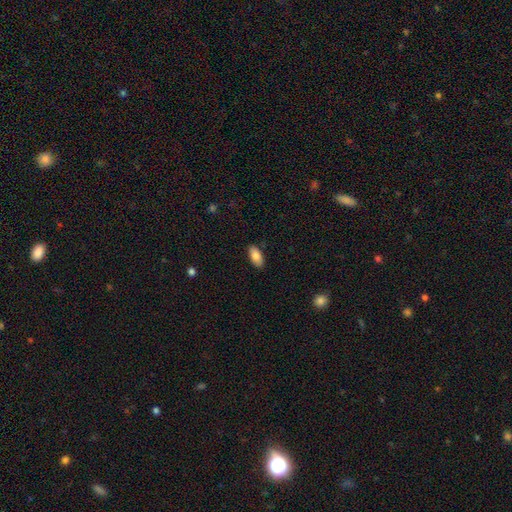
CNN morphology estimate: Smooth or featured? smooth (82%)
How rounded? in between (90%)
Merging? none (87%)